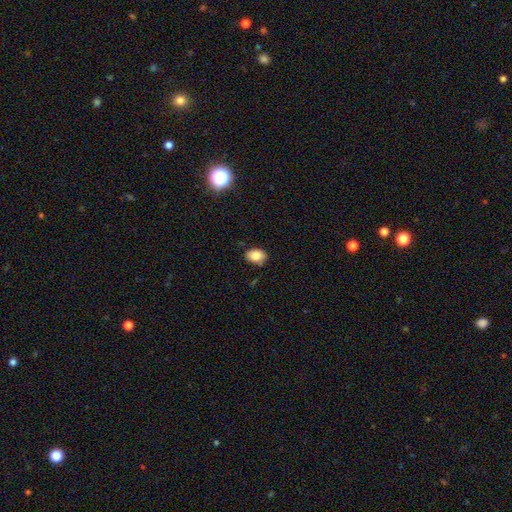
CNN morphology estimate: smooth-or-featured: smooth: 82% | star or artifact: 9% | featured or disk: 9%
  how-rounded: in between: 81% | round: 18% | cigar-shaped: 1%
  merging: none: 80% | minor disturbance: 15% | major disturbance: 3% | merger: 2%